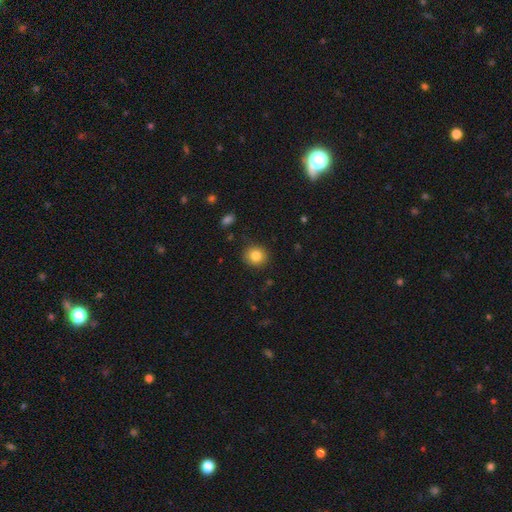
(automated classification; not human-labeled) Smooth or featured? Predicted: smooth (p=0.84). How rounded? Predicted: round (p=0.86). Merging? Predicted: none (p=0.88).